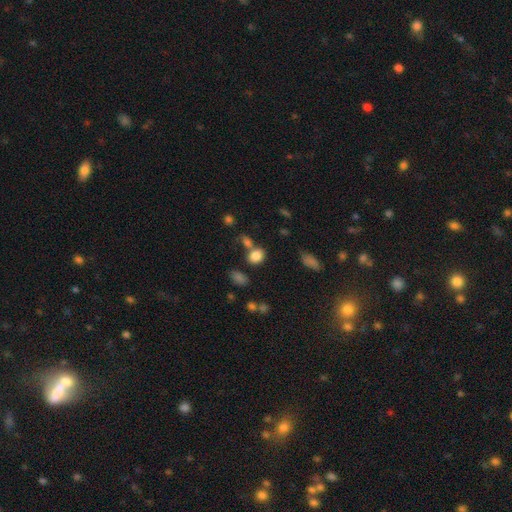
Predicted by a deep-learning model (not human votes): Smooth or featured? smooth (82%)
How rounded? in between (57%)
Merging? none (56%)